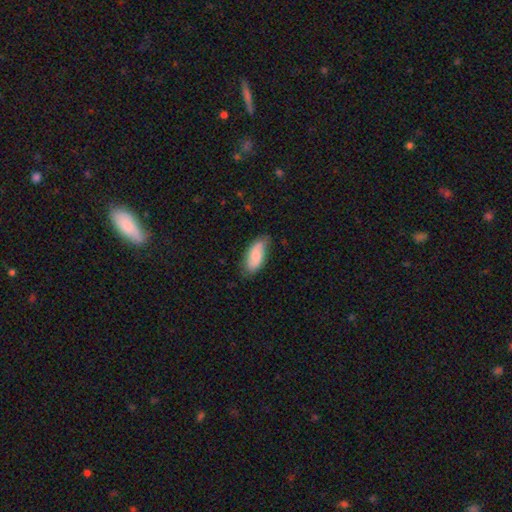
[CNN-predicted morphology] type=smooth (73%); roundness=in between (87%); merging=none (67%).